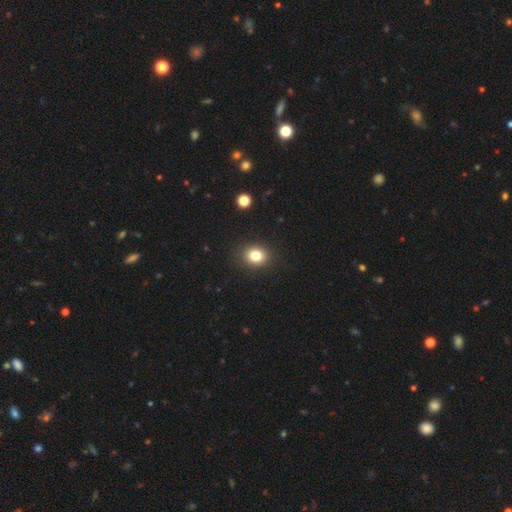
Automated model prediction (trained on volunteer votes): The model was most divided on "how rounded": round: 65%, in between: 34%, cigar-shaped: 1%. More confident: merging — none (89%); smooth or featured — smooth (81%).